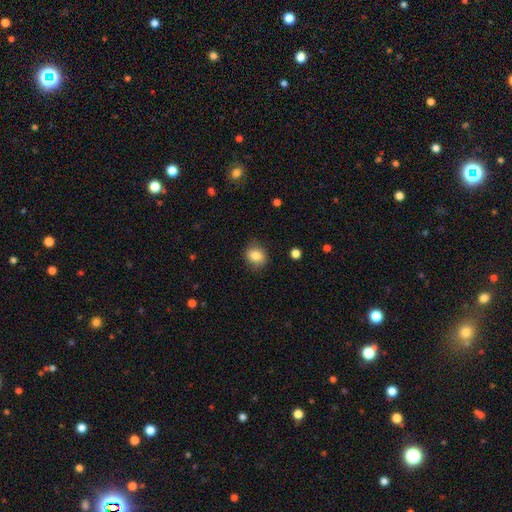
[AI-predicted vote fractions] smooth-or-featured: smooth: 83% | star or artifact: 9% | featured or disk: 8%
  how-rounded: round: 71% | in between: 28% | cigar-shaped: 1%
  merging: none: 84% | minor disturbance: 12% | major disturbance: 3% | merger: 1%